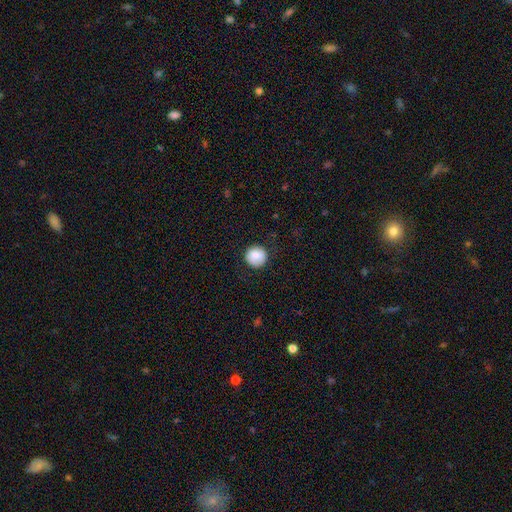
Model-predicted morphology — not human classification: smooth_or_featured: smooth (p=0.83) [alt: featured or disk p=0.09]
how_rounded: round (p=0.94) [alt: in between p=0.05]
merging: none (p=0.85) [alt: minor disturbance p=0.11]